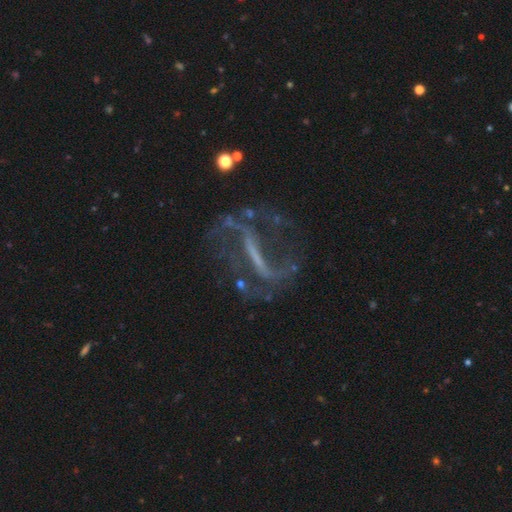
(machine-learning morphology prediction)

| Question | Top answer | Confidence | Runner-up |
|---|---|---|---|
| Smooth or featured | featured or disk | 80% | star or artifact (12%) |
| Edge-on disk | no | 88% | yes (12%) |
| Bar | strong | 71% | weak (19%) |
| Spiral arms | yes | 81% | no (19%) |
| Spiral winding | loose | 62% | medium (29%) |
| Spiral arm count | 2 | 80% | can't tell (9%) |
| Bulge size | none | 61% | small (26%) |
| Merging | none | 55% | major disturbance (24%) |